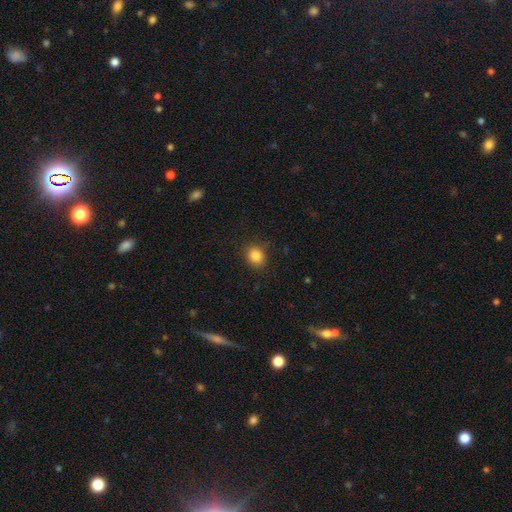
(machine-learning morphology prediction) Smooth or featured?
  - smooth: 85% *
  - star or artifact: 11%
  - featured or disk: 5%
How rounded?
  - round: 63% *
  - in between: 36%
  - cigar-shaped: 1%
Merging?
  - none: 85% *
  - minor disturbance: 11%
  - major disturbance: 3%
  - merger: 1%